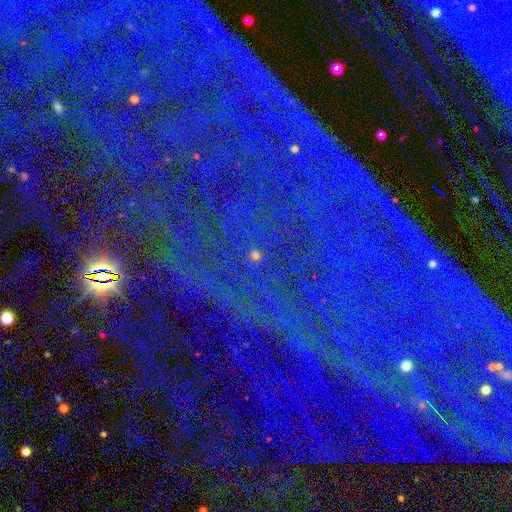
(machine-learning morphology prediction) Smooth or featured? star or artifact (78%)